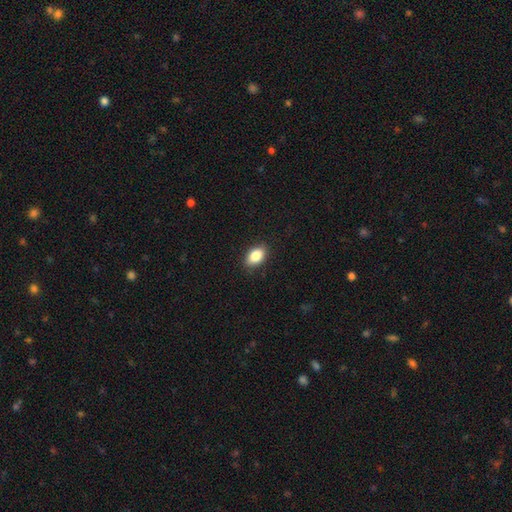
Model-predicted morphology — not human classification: A smooth galaxy with no disk features (86%) that is in between round and cigar-shaped (88%).

Vote fractions:
- Smooth or featured? smooth: 86% / star or artifact: 8% / featured or disk: 6%
- How rounded? in between: 88% / round: 10% / cigar-shaped: 2%
- Merging? none: 87% / minor disturbance: 10% / major disturbance: 2% / merger: 1%